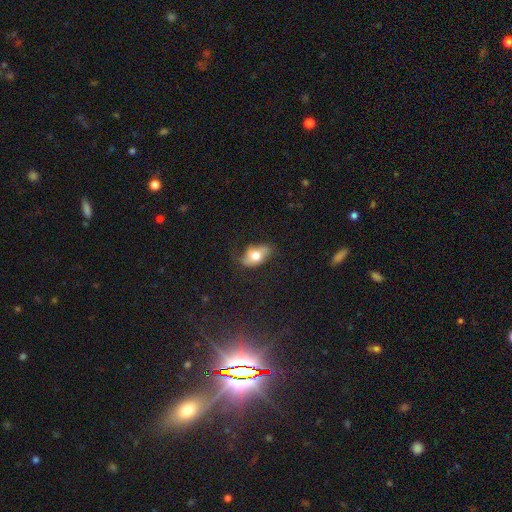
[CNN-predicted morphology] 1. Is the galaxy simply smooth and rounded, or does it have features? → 61% smooth, 31% featured or disk, 8% star or artifact.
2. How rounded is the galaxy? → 89% in between, 8% round, 3% cigar-shaped.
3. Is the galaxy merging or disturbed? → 61% none, 27% minor disturbance, 11% major disturbance, 2% merger.